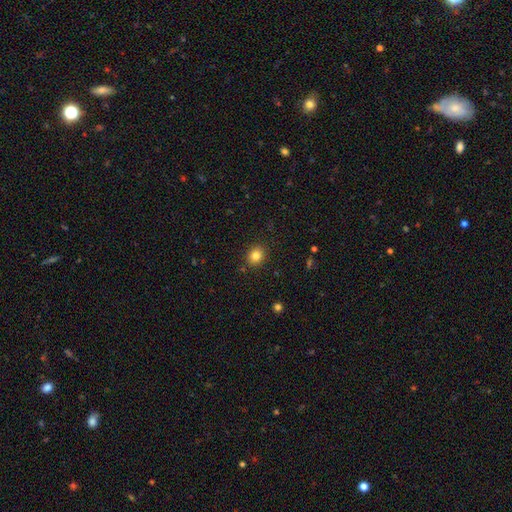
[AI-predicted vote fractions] The model was most divided on "how rounded": round: 68%, in between: 31%, cigar-shaped: 1%. More confident: merging — none (88%); smooth or featured — smooth (82%).